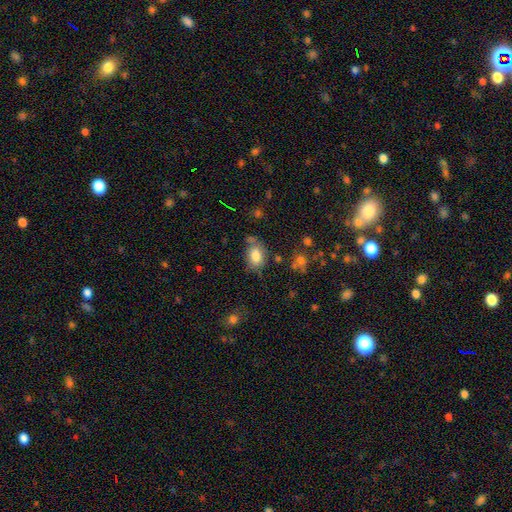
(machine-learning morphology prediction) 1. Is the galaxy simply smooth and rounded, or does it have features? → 82% smooth, 9% featured or disk, 9% star or artifact.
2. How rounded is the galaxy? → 74% in between, 25% round, 1% cigar-shaped.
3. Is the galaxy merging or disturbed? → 65% none, 21% minor disturbance, 9% merger, 5% major disturbance.